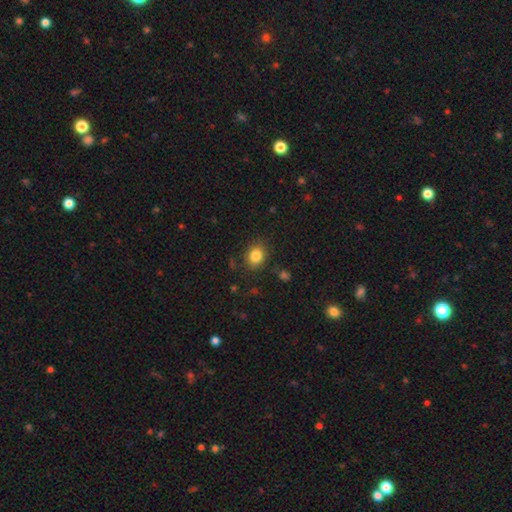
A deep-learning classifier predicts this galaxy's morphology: smooth-or-featured: smooth: 84% | star or artifact: 10% | featured or disk: 6%
  how-rounded: round: 58% | in between: 41% | cigar-shaped: 1%
  merging: none: 84% | minor disturbance: 11% | major disturbance: 3% | merger: 2%